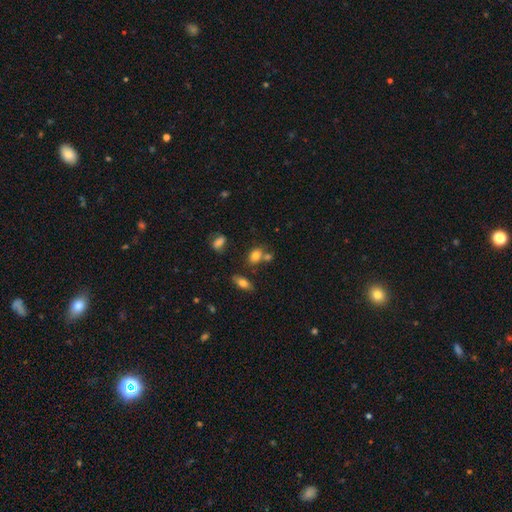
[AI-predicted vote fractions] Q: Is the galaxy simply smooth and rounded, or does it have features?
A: smooth — 76%.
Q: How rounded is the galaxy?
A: in between — 59%.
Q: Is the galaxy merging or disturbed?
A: none — 53%.